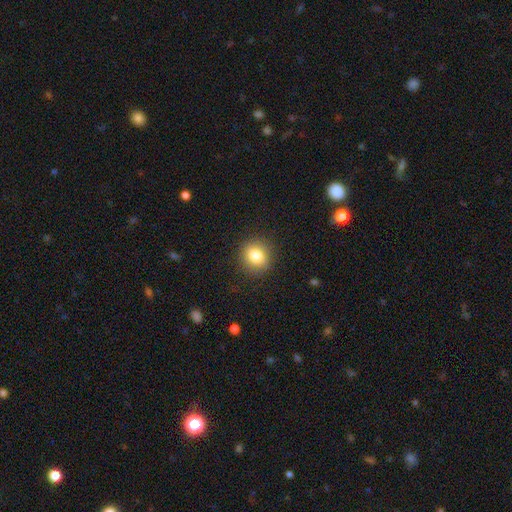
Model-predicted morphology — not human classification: Smooth or featured? smooth (83%)
How rounded? round (77%)
Merging? none (87%)